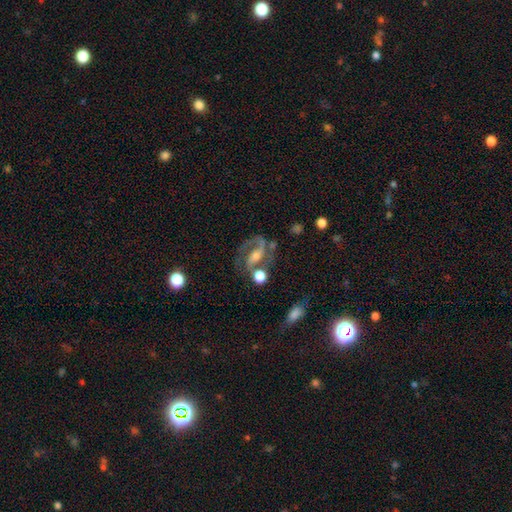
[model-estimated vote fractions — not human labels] Smooth or featured?
  - featured or disk: 82% *
  - smooth: 10%
  - star or artifact: 8%
Edge-on disk?
  - no: 96% *
  - yes: 4%
Bar?
  - strong: 39% *
  - weak: 35%
  - no: 26%
Spiral arms?
  - yes: 93% *
  - no: 7%
Spiral winding?
  - medium: 55% *
  - tight: 23%
  - loose: 22%
Spiral arm count?
  - 2: 83% *
  - 1: 10%
  - can't tell: 4%
  - 3: 1%
  - 4: 1%
  - more than 4: 1%
Bulge size?
  - moderate: 52% *
  - small: 37%
  - large: 6%
  - none: 4%
  - dominant: 1%
Merging?
  - none: 59% *
  - minor disturbance: 17%
  - major disturbance: 13%
  - merger: 11%